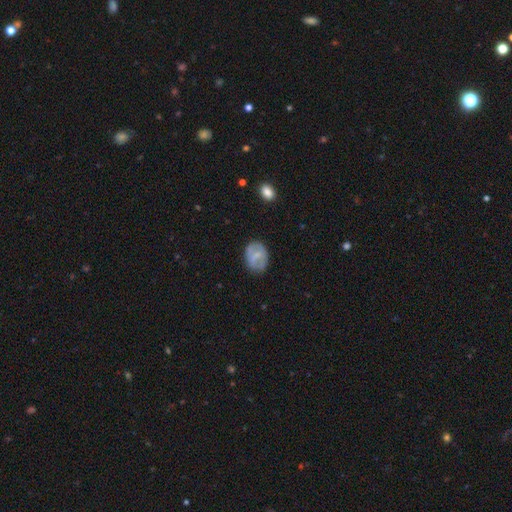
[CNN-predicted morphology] The model was most divided on "smooth or featured": smooth: 53%, featured or disk: 40%, star or artifact: 7%. More confident: merging — none (75%); how rounded — in between (60%).